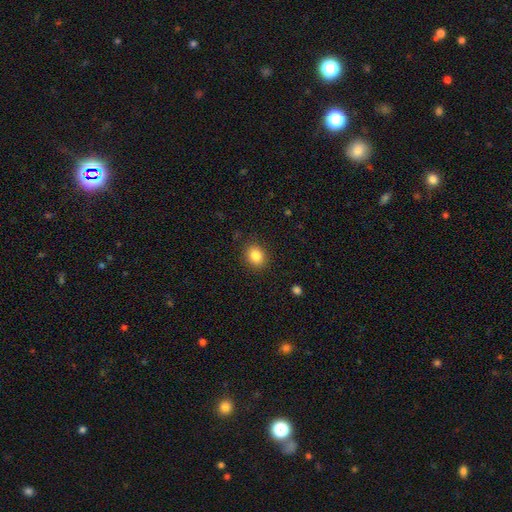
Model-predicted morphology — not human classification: This is clearly a smooth galaxy (85%). How rounded: likely round (60%). Merging: clearly none (88%).